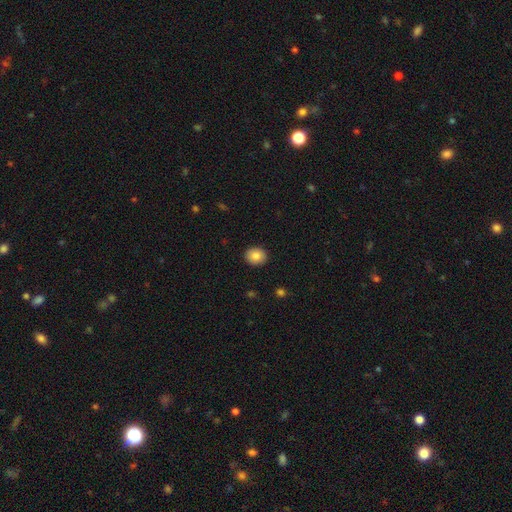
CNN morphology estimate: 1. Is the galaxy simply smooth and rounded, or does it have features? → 85% smooth, 8% star or artifact, 7% featured or disk.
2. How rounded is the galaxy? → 72% round, 27% in between, 1% cigar-shaped.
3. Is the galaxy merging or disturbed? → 92% none, 6% minor disturbance, 2% major disturbance, 1% merger.